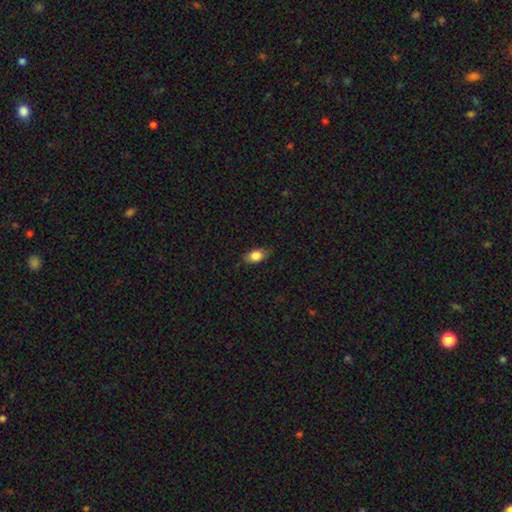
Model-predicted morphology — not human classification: Overall: smooth (80%). How rounded: in between (82%). Merging: none (78%).